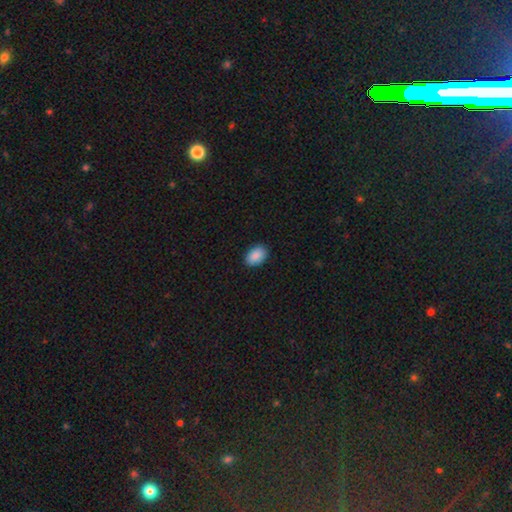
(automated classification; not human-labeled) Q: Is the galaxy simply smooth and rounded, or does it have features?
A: smooth — 90%.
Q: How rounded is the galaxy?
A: in between — 88%.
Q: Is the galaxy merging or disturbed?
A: none — 89%.